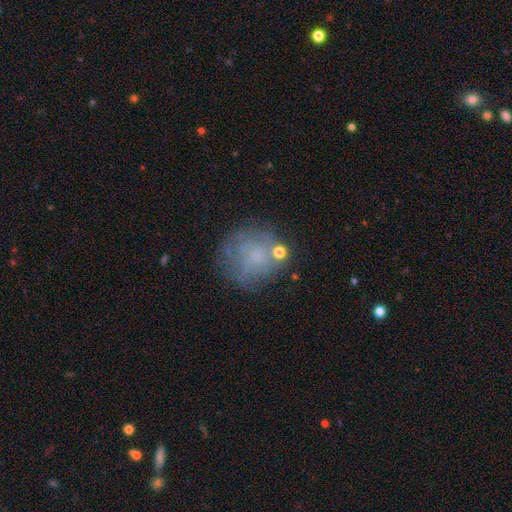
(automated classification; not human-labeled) Q: Smooth or featured?
A: smooth (44%); runner-up: featured or disk (43%)
Q: Merging?
A: none (62%); runner-up: minor disturbance (20%)